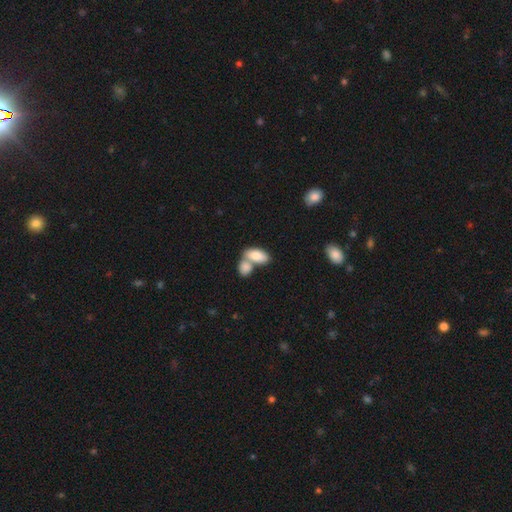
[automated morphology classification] smooth 79%, featured or disk 14%, star or artifact 6%. Down the decision tree: how rounded — in between (91%); merging — merger (57%).